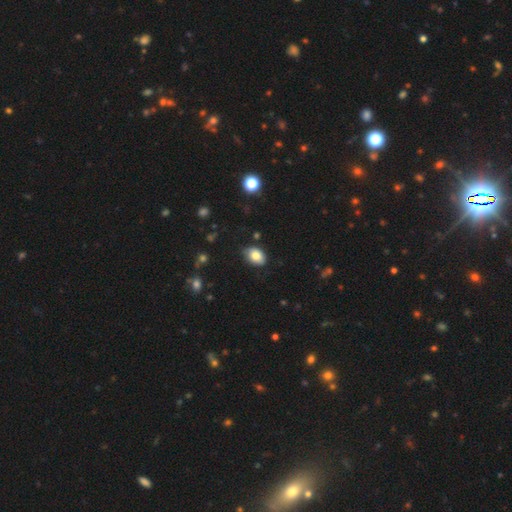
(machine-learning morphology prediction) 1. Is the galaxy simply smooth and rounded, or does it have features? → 81% smooth, 11% featured or disk, 8% star or artifact.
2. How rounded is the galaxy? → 82% in between, 17% round, 1% cigar-shaped.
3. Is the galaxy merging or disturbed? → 78% none, 18% minor disturbance, 3% major disturbance, 2% merger.